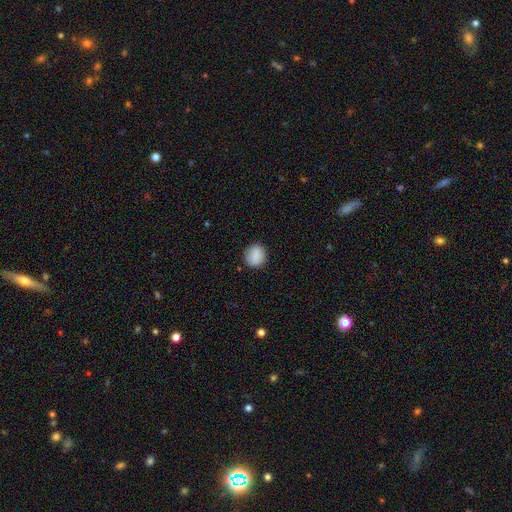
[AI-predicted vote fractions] smooth 87%, star or artifact 8%, featured or disk 5%. Down the decision tree: how rounded — round (80%); merging — none (87%).